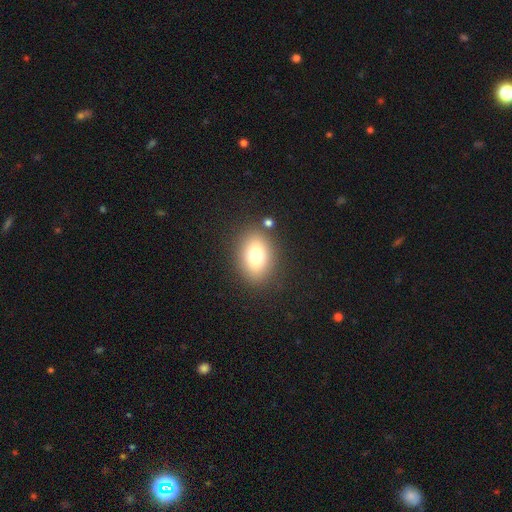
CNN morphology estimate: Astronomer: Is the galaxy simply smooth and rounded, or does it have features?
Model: smooth — 76%.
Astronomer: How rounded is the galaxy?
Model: in between — 77%.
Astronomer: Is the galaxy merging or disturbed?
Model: none — 83%.